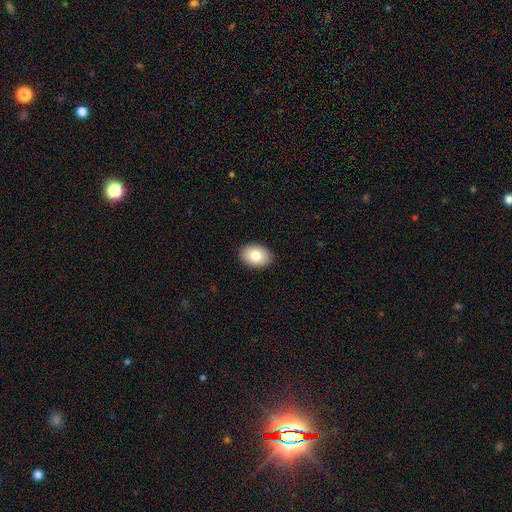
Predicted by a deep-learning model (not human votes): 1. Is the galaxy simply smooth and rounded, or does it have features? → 83% smooth, 10% featured or disk, 8% star or artifact.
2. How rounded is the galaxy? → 79% in between, 20% round, 1% cigar-shaped.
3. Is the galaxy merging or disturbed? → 90% none, 7% minor disturbance, 2% major disturbance, 1% merger.